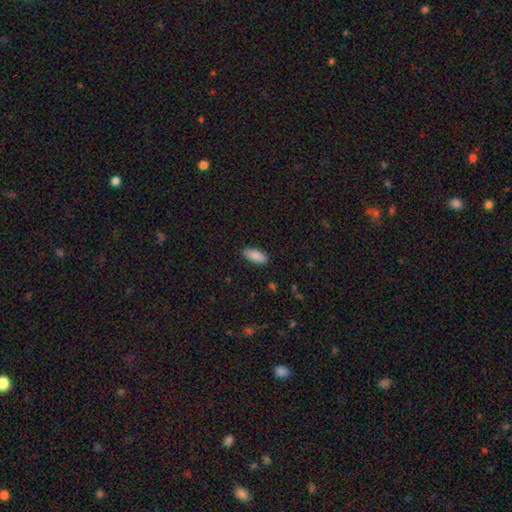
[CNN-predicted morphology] smooth 89%, star or artifact 6%, featured or disk 5%. Down the decision tree: how rounded — in between (86%); merging — none (88%).